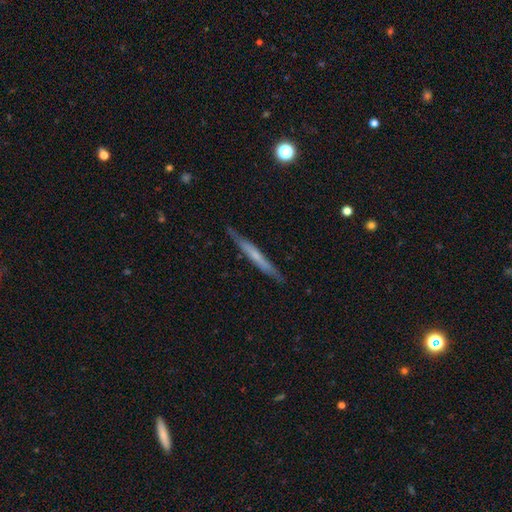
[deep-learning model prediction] A featured or disk galaxy (50%) viewed edge-on (94%).

Vote fractions:
- Smooth or featured? featured or disk: 50% / smooth: 44% / star or artifact: 6%
- Edge-on disk? yes: 94% / no: 6%
- Merging? none: 86% / minor disturbance: 10% / major disturbance: 2% / merger: 1%